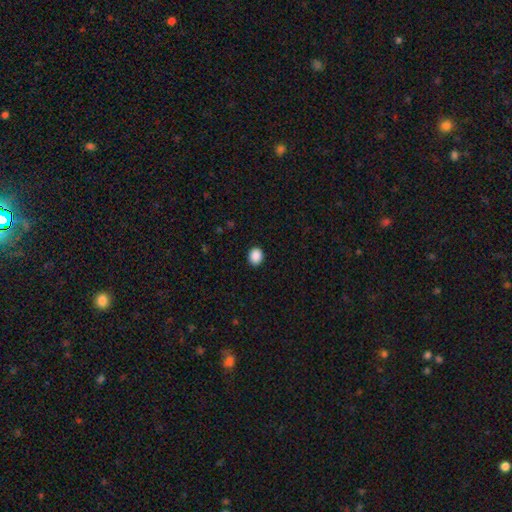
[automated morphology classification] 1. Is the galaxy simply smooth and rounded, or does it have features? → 89% smooth, 9% star or artifact, 2% featured or disk.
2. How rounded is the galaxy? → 62% round, 37% in between, 1% cigar-shaped.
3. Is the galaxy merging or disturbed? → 91% none, 6% minor disturbance, 2% major disturbance, 1% merger.